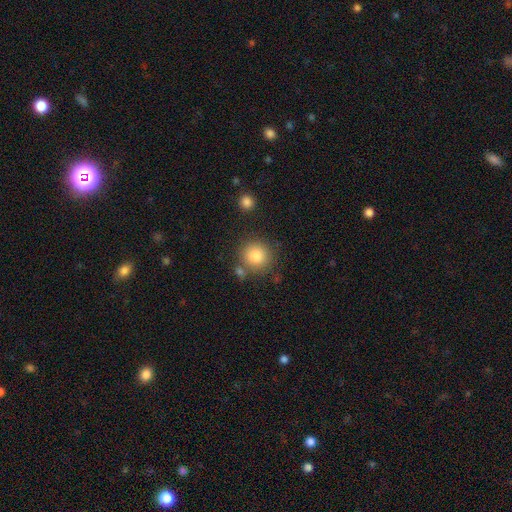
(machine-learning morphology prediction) Q: Smooth or featured?
A: smooth (84%); runner-up: star or artifact (9%)
Q: How rounded?
A: round (92%); runner-up: in between (7%)
Q: Merging?
A: none (78%); runner-up: minor disturbance (10%)